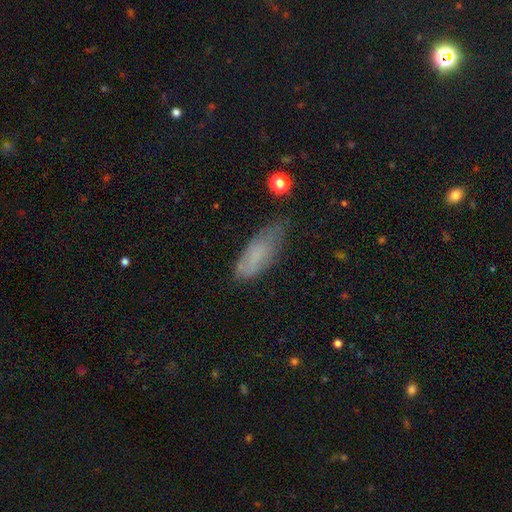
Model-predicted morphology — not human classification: Smooth or featured?
  - smooth: 66% *
  - featured or disk: 21%
  - star or artifact: 13%
How rounded?
  - in between: 65% *
  - cigar-shaped: 33%
  - round: 2%
Merging?
  - none: 60% *
  - minor disturbance: 28%
  - major disturbance: 9%
  - merger: 2%